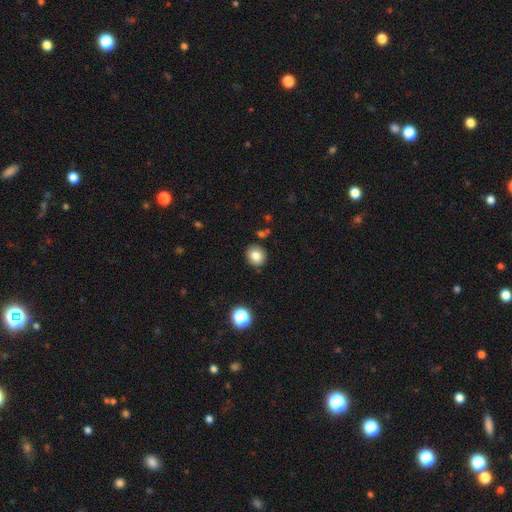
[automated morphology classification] Smooth or featured? smooth (82%)
How rounded? round (80%)
Merging? none (87%)